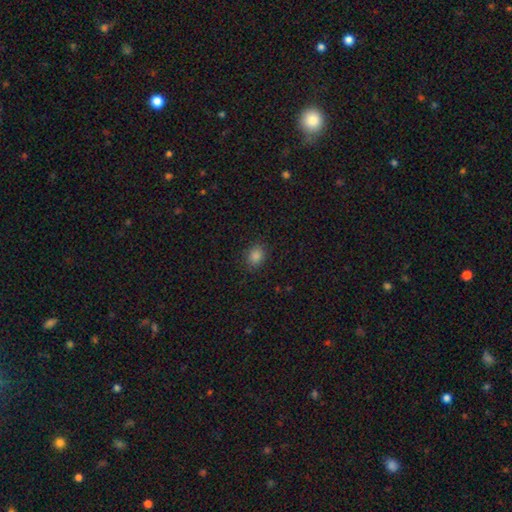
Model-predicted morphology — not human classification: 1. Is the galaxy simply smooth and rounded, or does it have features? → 83% smooth, 13% star or artifact, 4% featured or disk.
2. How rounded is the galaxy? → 55% in between, 44% round, 1% cigar-shaped.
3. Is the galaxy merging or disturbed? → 89% none, 8% minor disturbance, 2% major disturbance, 1% merger.